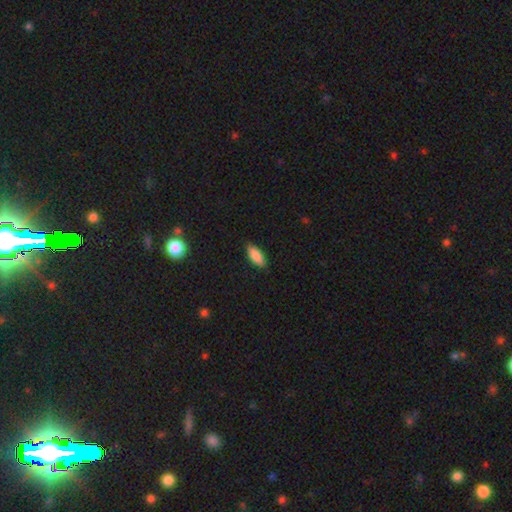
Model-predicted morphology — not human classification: smooth-or-featured: smooth: 86% | featured or disk: 7% | star or artifact: 7%
  how-rounded: in between: 79% | cigar-shaped: 19% | round: 2%
  merging: none: 85% | minor disturbance: 12% | major disturbance: 2% | merger: 1%